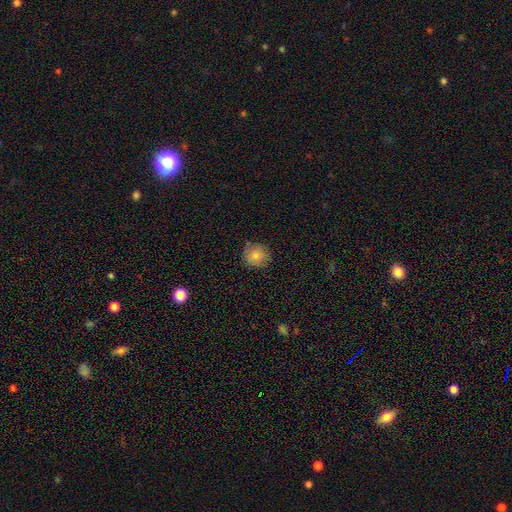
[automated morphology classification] smooth_or_featured: smooth (p=0.82) [alt: star or artifact p=0.09]
how_rounded: round (p=0.92) [alt: in between p=0.07]
merging: none (p=0.83) [alt: minor disturbance p=0.12]